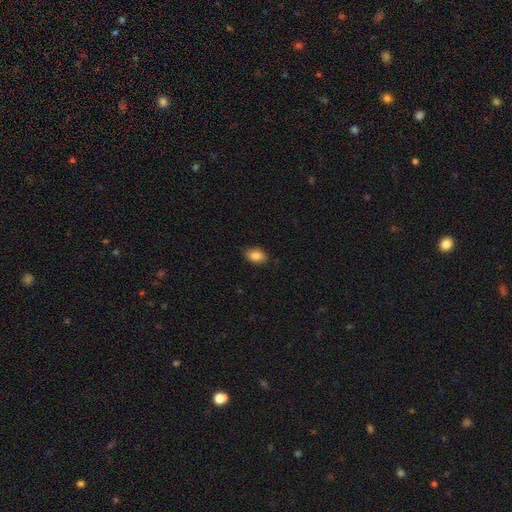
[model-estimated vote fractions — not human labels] Q: Smooth or featured?
A: smooth (86%); runner-up: star or artifact (8%)
Q: How rounded?
A: in between (87%); runner-up: round (12%)
Q: Merging?
A: none (85%); runner-up: minor disturbance (12%)